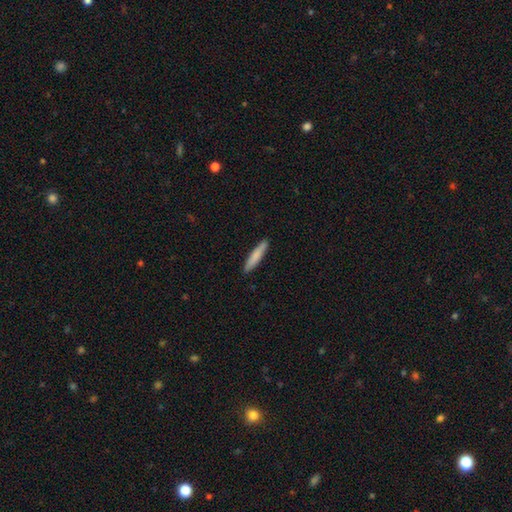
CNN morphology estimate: The model was most divided on "smooth or featured": smooth: 81%, featured or disk: 14%, star or artifact: 5%. More confident: merging — none (90%); how rounded — cigar-shaped (90%).